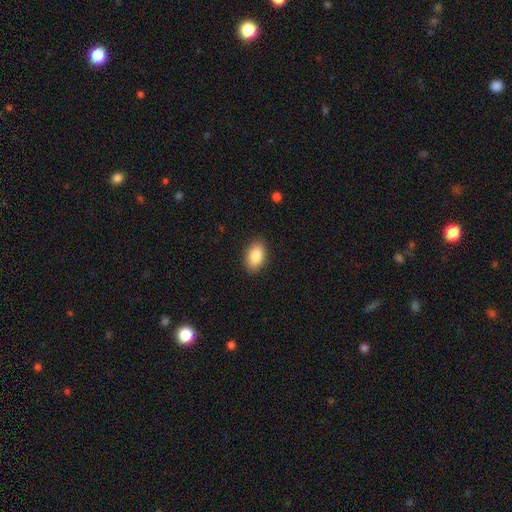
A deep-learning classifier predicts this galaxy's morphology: The model was most divided on "smooth or featured": smooth: 86%, featured or disk: 7%, star or artifact: 7%. More confident: how rounded — in between (91%); merging — none (88%).